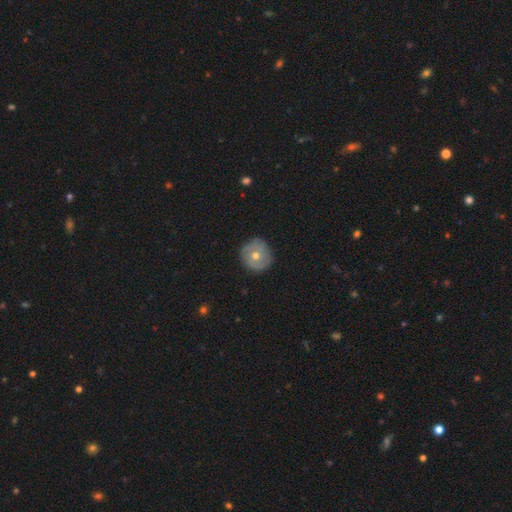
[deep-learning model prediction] This is possibly a smooth galaxy (50%). Merging: clearly none (83%).